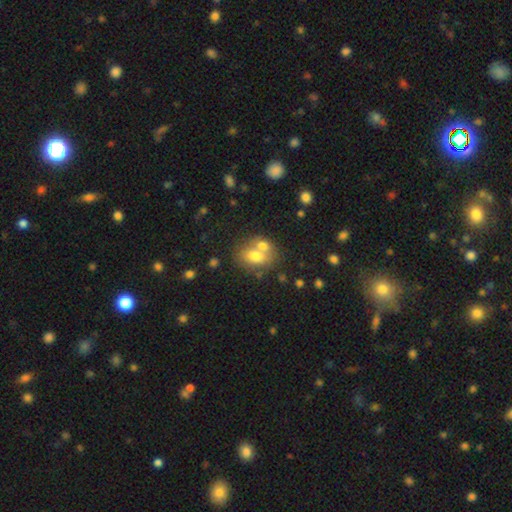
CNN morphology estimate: Overall: smooth (70%). How rounded: in between (65%; round 33%). Merging: merger (45%; none 40%).